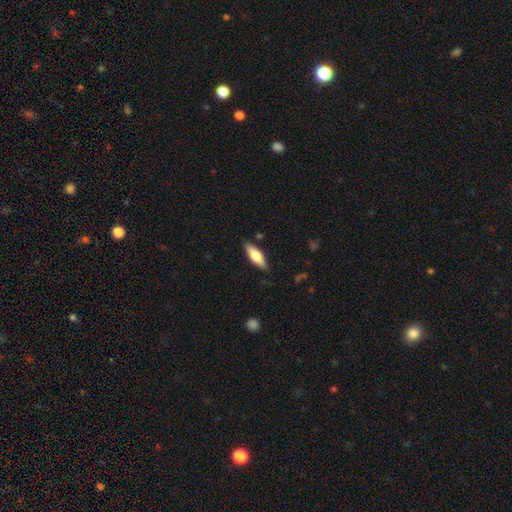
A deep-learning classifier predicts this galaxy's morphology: Smooth or featured: smooth — 70% (featured or disk — 24%)
How rounded: in between — 62% (cigar-shaped — 36%)
Merging: none — 85% (minor disturbance — 11%)